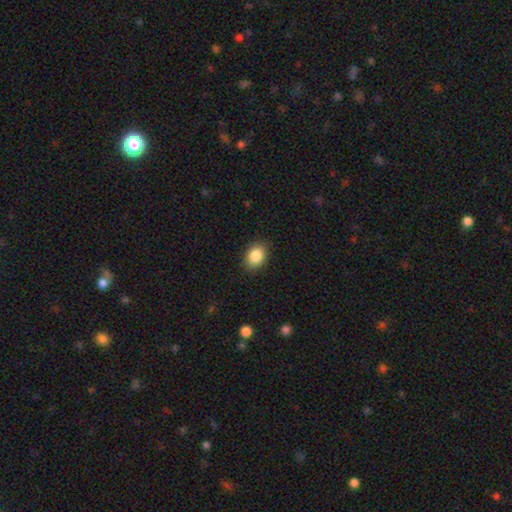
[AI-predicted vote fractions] This appears to be a smooth galaxy with no disk features (87%) that is in between round and cigar-shaped (72%). Merging: none (86%).